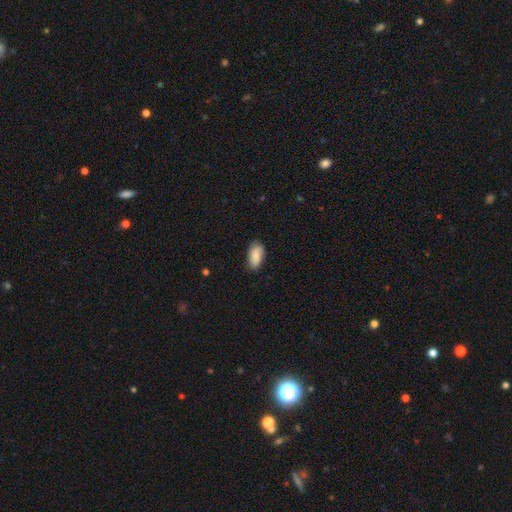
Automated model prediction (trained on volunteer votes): This appears to be a smooth galaxy with no disk features (84%) that is in between round and cigar-shaped (92%). Merging: none (77%).